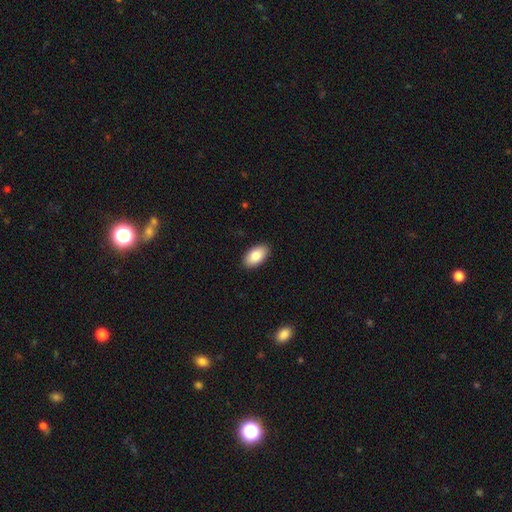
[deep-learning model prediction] A smooth galaxy with no disk features (86%) that is in between round and cigar-shaped (95%).

Vote fractions:
- Smooth or featured? smooth: 86% / featured or disk: 8% / star or artifact: 6%
- How rounded? in between: 95% / round: 3% / cigar-shaped: 2%
- Merging? none: 90% / minor disturbance: 7% / major disturbance: 2% / merger: 1%